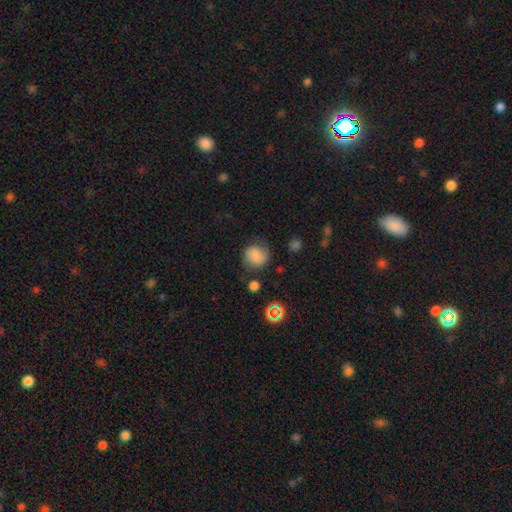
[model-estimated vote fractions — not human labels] Smooth or featured: smooth — 63% (featured or disk — 25%)
How rounded: round — 79% (in between — 20%)
Merging: none — 68% (minor disturbance — 21%)